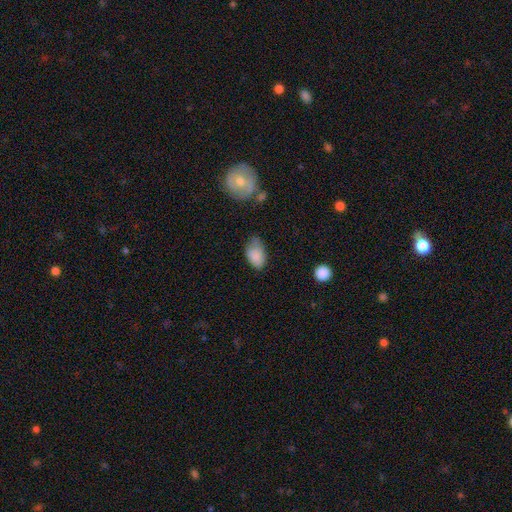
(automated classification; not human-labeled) Morphology: type=smooth (84%); roundness=in between (91%); merging=none (47%).